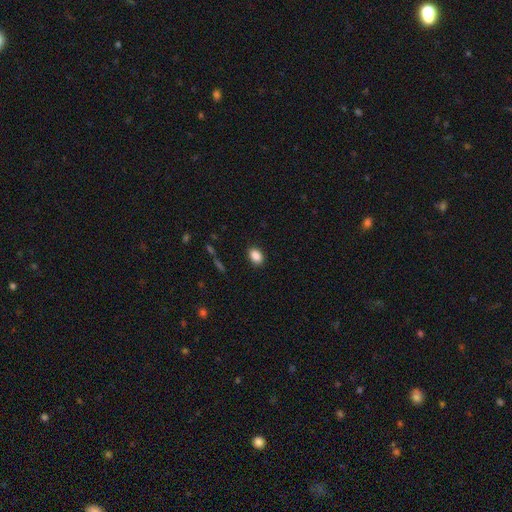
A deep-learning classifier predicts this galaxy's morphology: This appears to be a smooth galaxy with no disk features (88%) that is in between round and cigar-shaped (78%). Merging: none (88%).